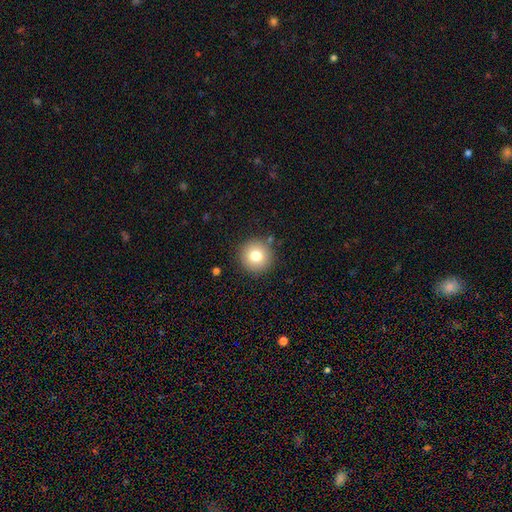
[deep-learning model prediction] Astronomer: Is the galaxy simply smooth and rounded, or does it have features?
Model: smooth — 78%.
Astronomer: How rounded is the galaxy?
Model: round — 95%.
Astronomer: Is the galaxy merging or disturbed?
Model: none — 88%.